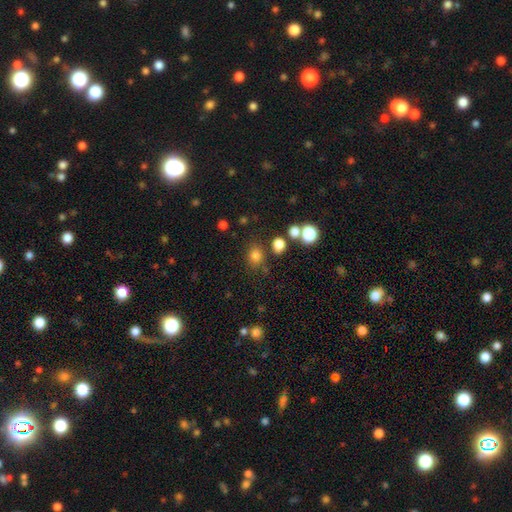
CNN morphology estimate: This is likely a smooth galaxy (78%). How rounded: likely round (68%). Merging: likely none (75%).